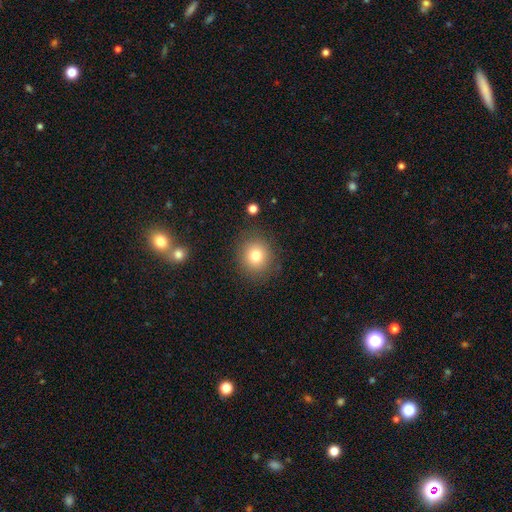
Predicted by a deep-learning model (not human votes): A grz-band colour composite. It shows a smooth galaxy with no disk features (79%) that is round (81%). Merging: none (85%).